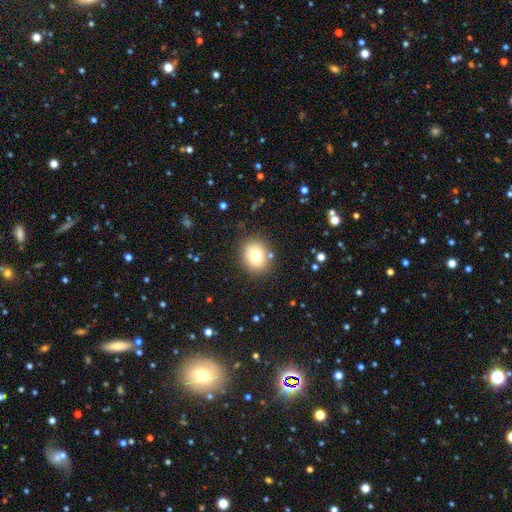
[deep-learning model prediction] Morphology: type=smooth (75%); roundness=round (64%); merging=none (84%).